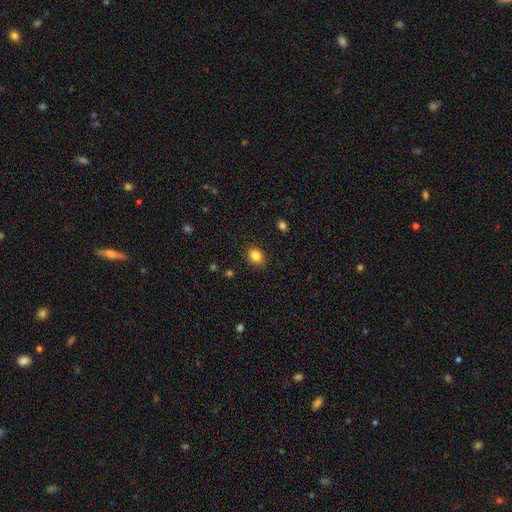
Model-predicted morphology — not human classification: smooth_or_featured: smooth (p=0.85) [alt: star or artifact p=0.10]
how_rounded: in between (p=0.68) [alt: round p=0.31]
merging: none (p=0.86) [alt: minor disturbance p=0.11]